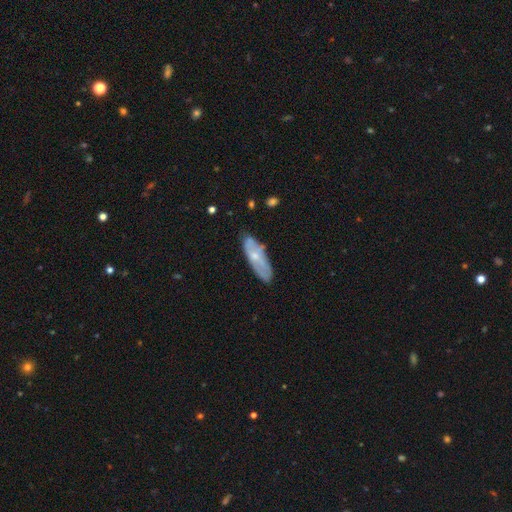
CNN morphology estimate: smooth-or-featured: smooth: 47% | featured or disk: 46% | star or artifact: 6%
  merging: none: 71% | minor disturbance: 21% | major disturbance: 5% | merger: 3%